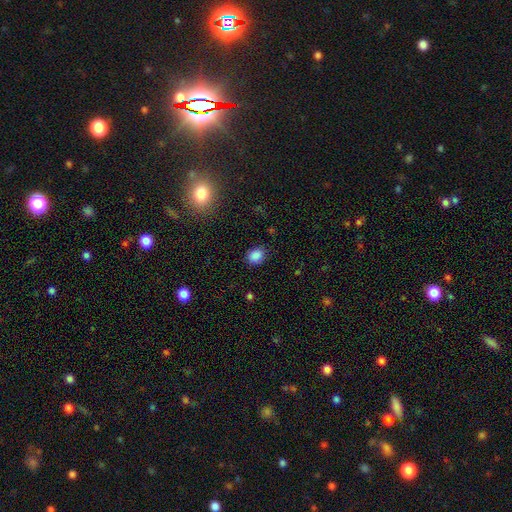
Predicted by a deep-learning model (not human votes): Smooth or featured? Predicted: smooth (p=0.86). How rounded? Predicted: round (p=0.58). Merging? Predicted: none (p=0.81).